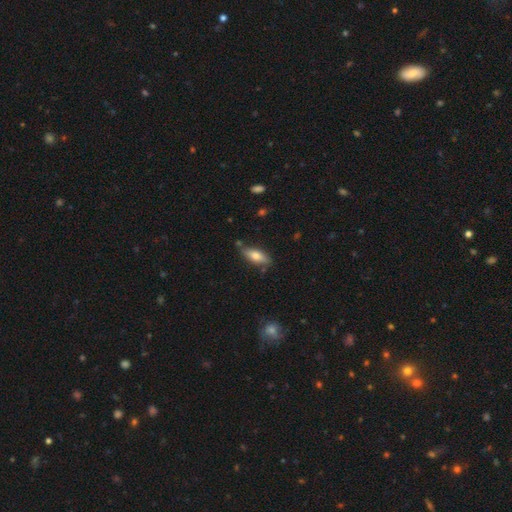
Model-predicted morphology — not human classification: This appears to be a smooth galaxy with no disk features (70%) that is in between round and cigar-shaped (68%). Merging: none (76%).